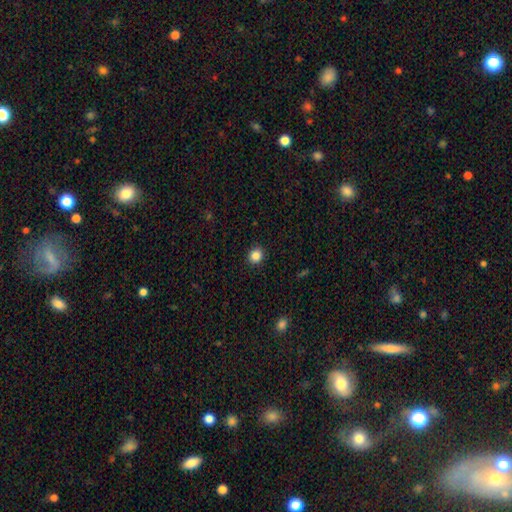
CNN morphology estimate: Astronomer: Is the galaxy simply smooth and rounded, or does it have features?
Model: smooth — 85%.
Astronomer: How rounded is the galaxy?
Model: round — 86%.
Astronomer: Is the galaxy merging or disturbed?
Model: none — 91%.